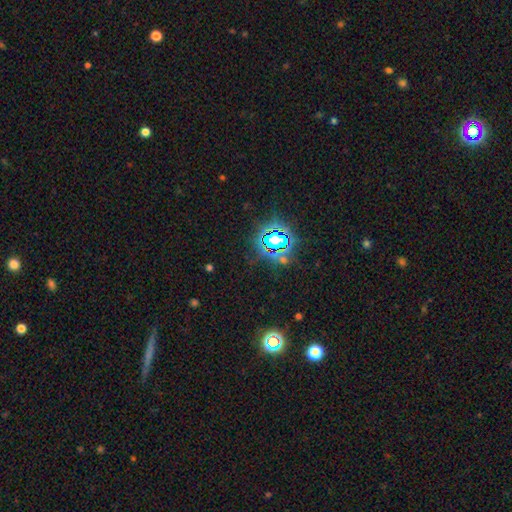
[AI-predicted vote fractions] The model was most divided on "smooth or featured": star or artifact: 77%, smooth: 14%, featured or disk: 9%.